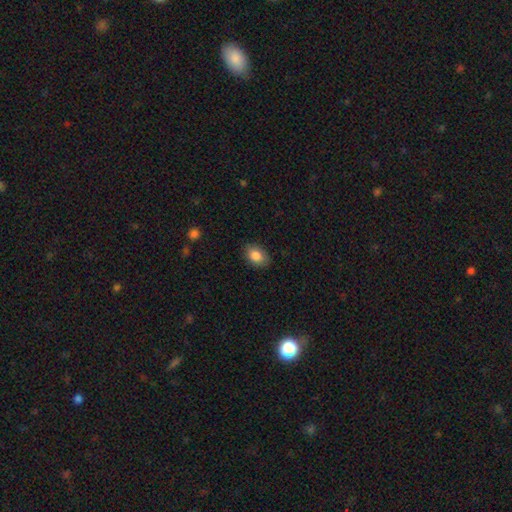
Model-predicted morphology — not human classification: Smooth or featured? Predicted: smooth (p=0.84). How rounded? Predicted: in between (p=0.79). Merging? Predicted: none (p=0.86).